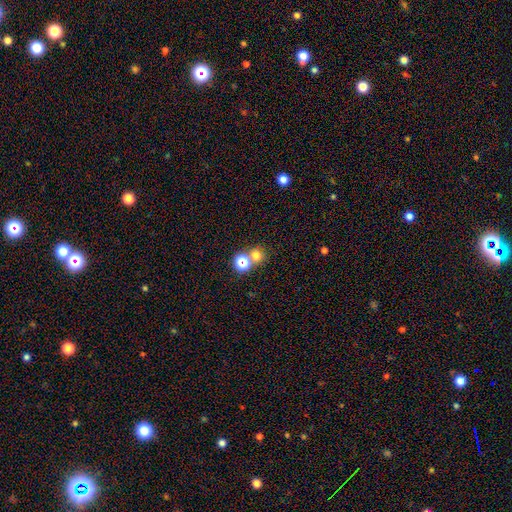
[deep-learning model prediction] Q: Smooth or featured?
A: smooth (70%); runner-up: star or artifact (23%)
Q: How rounded?
A: round (85%); runner-up: in between (14%)
Q: Merging?
A: none (61%); runner-up: merger (30%)